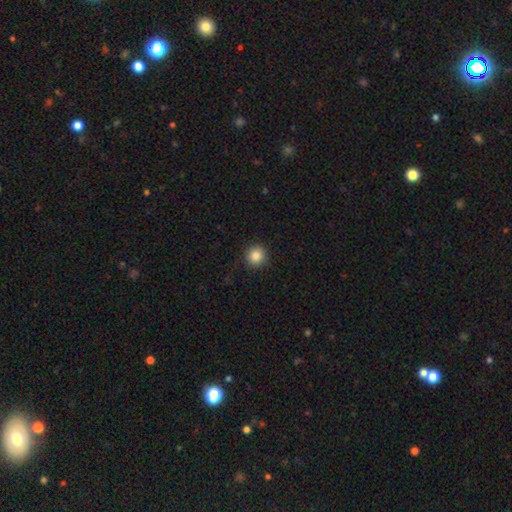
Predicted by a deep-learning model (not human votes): Overall: smooth (86%). How rounded: round (93%). Merging: none (90%).